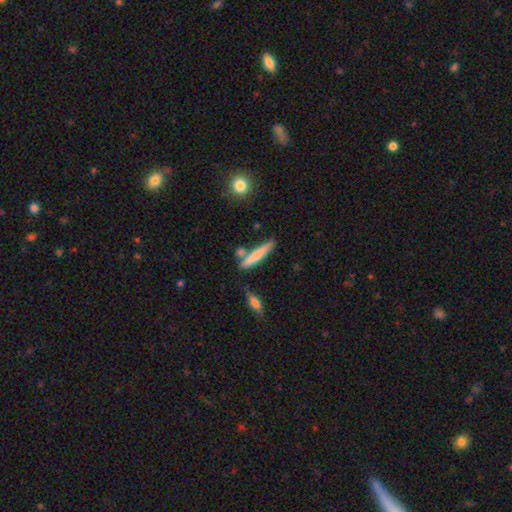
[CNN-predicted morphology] smooth-or-featured: smooth: 70% | featured or disk: 24% | star or artifact: 7%
  how-rounded: cigar-shaped: 90% | in between: 8% | round: 2%
  merging: none: 69% | minor disturbance: 14% | merger: 13% | major disturbance: 4%